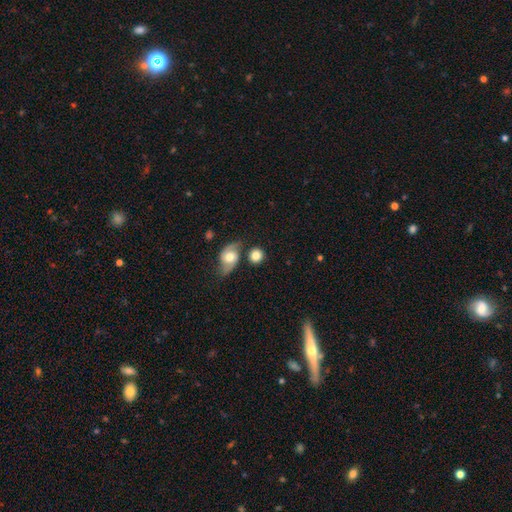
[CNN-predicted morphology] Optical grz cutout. It shows a smooth galaxy with no disk features (77%) that is round (83%). Merging: none (68%).